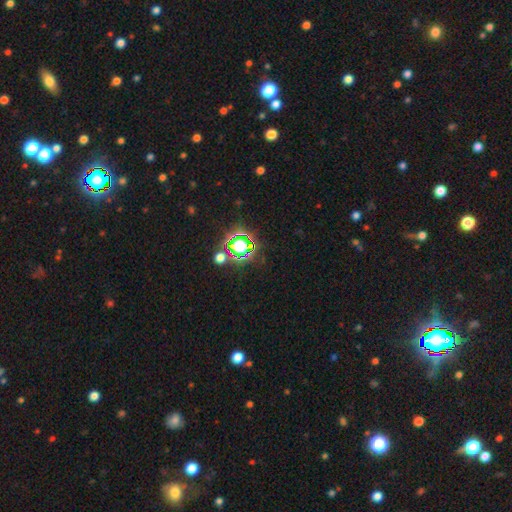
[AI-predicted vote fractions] This appears to be a star or artifact, not a galaxy (80%).